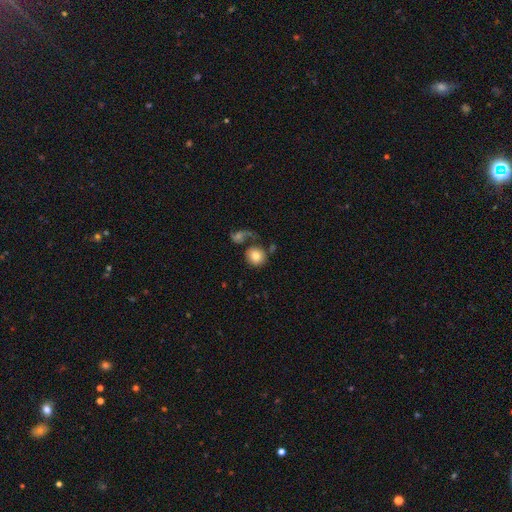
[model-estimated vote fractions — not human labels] A smooth galaxy with no disk features (80%) that is round (87%). Merging: none (58%).